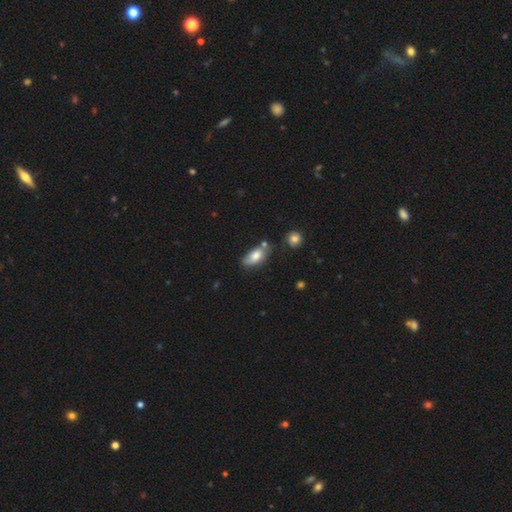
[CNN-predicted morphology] smooth_or_featured: smooth (p=0.72) [alt: featured or disk p=0.20]
how_rounded: in between (p=0.89) [alt: cigar-shaped p=0.06]
merging: none (p=0.50) [alt: minor disturbance p=0.29]